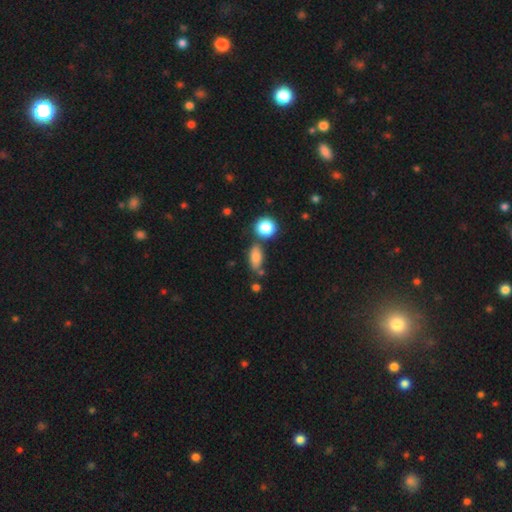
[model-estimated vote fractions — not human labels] Smooth or featured: smooth — 79% (star or artifact — 11%)
How rounded: in between — 77% (cigar-shaped — 12%)
Merging: none — 66% (minor disturbance — 17%)